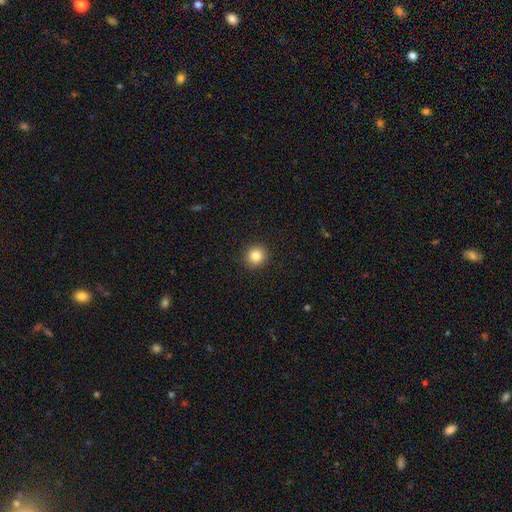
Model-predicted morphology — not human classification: The model was most divided on "smooth or featured": smooth: 84%, star or artifact: 11%, featured or disk: 5%. More confident: merging — none (92%); how rounded — round (91%).